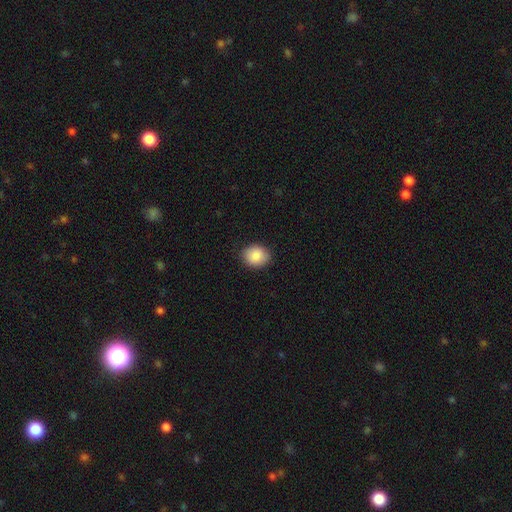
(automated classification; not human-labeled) Q: Smooth or featured?
A: smooth (88%); runner-up: star or artifact (7%)
Q: How rounded?
A: round (60%); runner-up: in between (39%)
Q: Merging?
A: none (88%); runner-up: minor disturbance (9%)